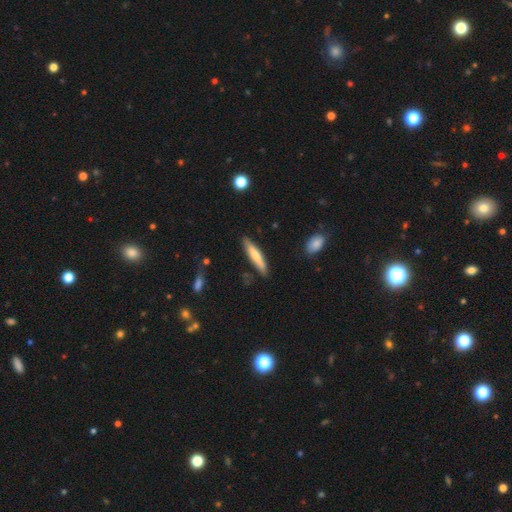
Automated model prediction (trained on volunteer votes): A smooth galaxy with no disk features (65%) that is cigar-shaped (88%).

Vote fractions:
- Smooth or featured? smooth: 65% / featured or disk: 30% / star or artifact: 5%
- How rounded? cigar-shaped: 88% / in between: 10% / round: 1%
- Merging? none: 85% / minor disturbance: 11% / major disturbance: 2% / merger: 2%